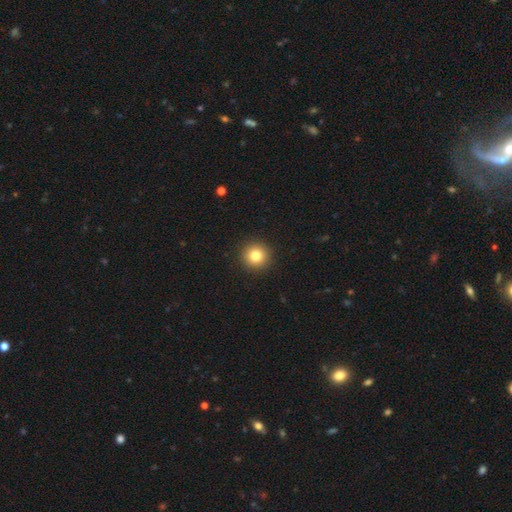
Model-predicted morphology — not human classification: smooth_or_featured: smooth (p=0.82) [alt: star or artifact p=0.11]
how_rounded: round (p=0.95) [alt: in between p=0.04]
merging: none (p=0.93) [alt: minor disturbance p=0.04]